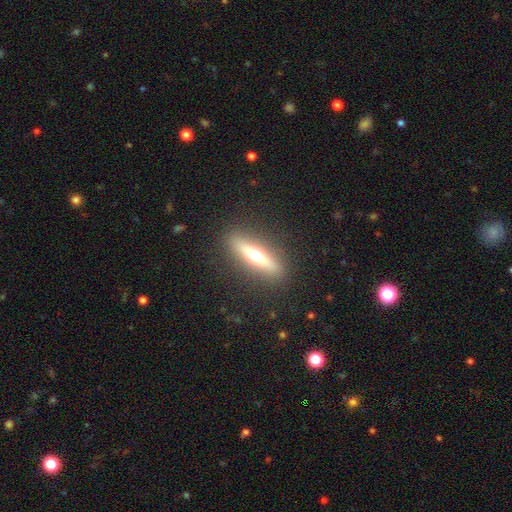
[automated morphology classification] Smooth or featured? Predicted: featured or disk (p=0.55). Edge-on disk? Predicted: yes (p=0.88). Merging? Predicted: none (p=0.89).